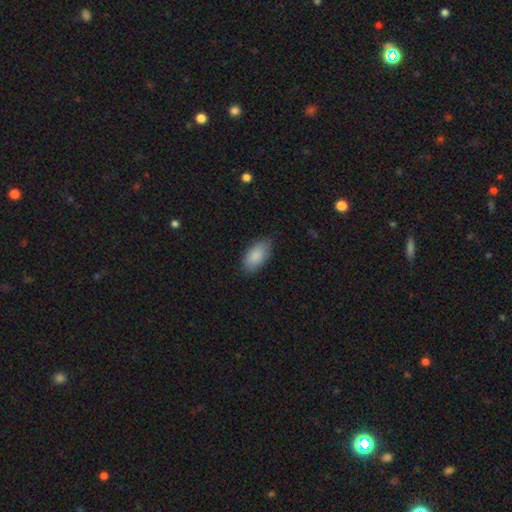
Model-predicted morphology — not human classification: The model was most divided on "merging": none: 82%, minor disturbance: 14%, major disturbance: 3%, merger: 1%. More confident: how rounded — in between (94%); smooth or featured — smooth (88%).